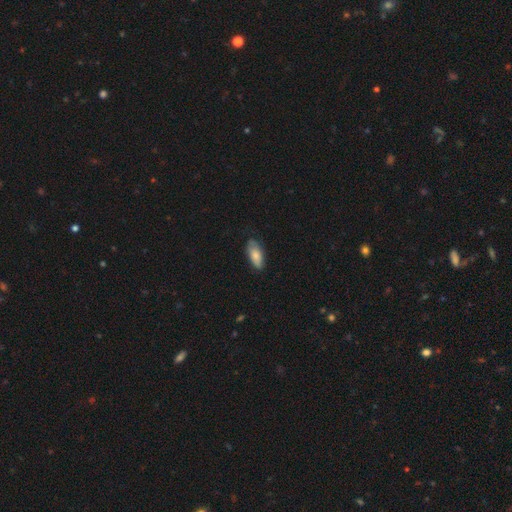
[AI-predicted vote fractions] Smooth or featured? smooth (77%)
How rounded? in between (83%)
Merging? none (73%)